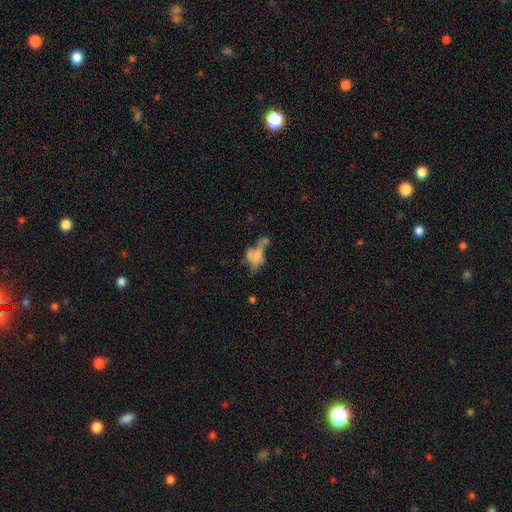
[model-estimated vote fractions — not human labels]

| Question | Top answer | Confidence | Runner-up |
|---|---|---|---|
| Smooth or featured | smooth | 42% | tied: featured or disk (42%) |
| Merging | merger | 38% | major disturbance (25%) |